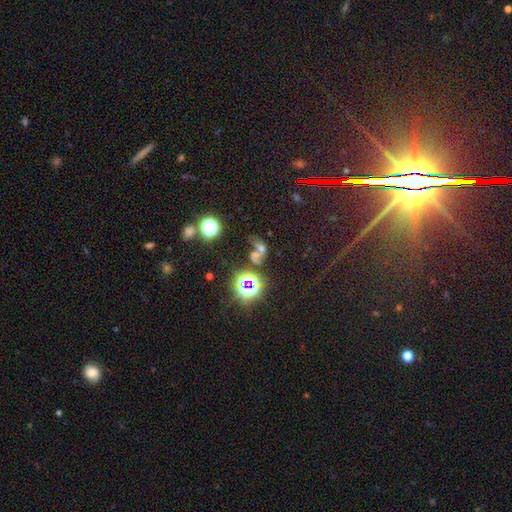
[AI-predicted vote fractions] Smooth or featured? star or artifact (55%)